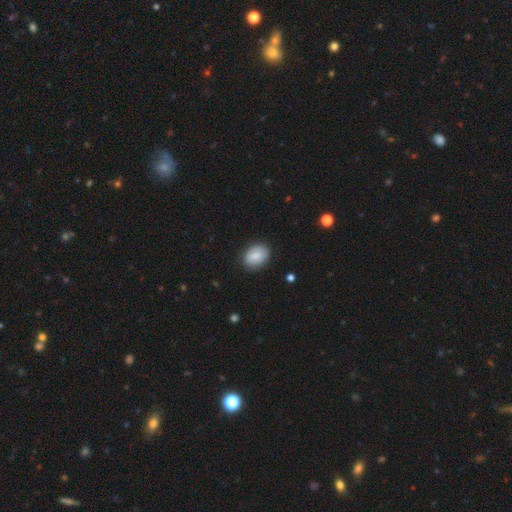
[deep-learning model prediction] A smooth galaxy with no disk features (83%) that is in between round and cigar-shaped (72%). Merging: none (86%).